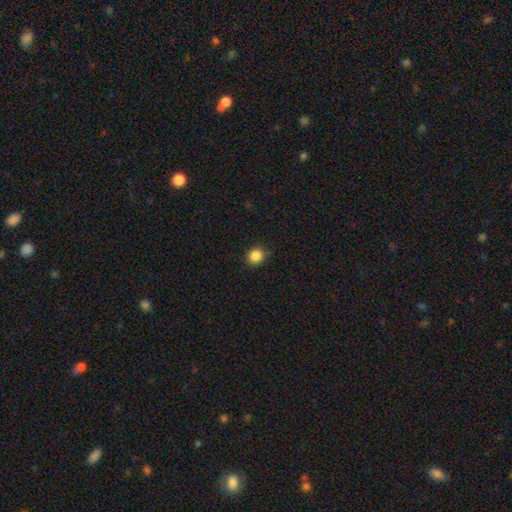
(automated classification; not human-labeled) Q: Smooth or featured?
A: smooth (86%); runner-up: star or artifact (10%)
Q: How rounded?
A: round (79%); runner-up: in between (20%)
Q: Merging?
A: none (90%); runner-up: minor disturbance (7%)